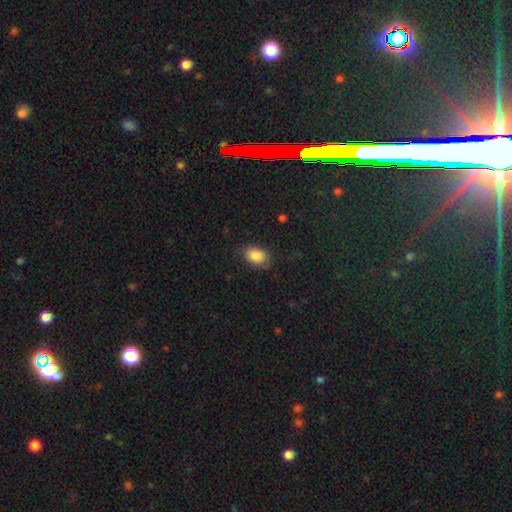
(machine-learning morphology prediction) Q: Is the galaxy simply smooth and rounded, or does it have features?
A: smooth — 85%.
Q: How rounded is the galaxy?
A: in between — 83%.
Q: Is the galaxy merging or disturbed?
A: none — 77%.